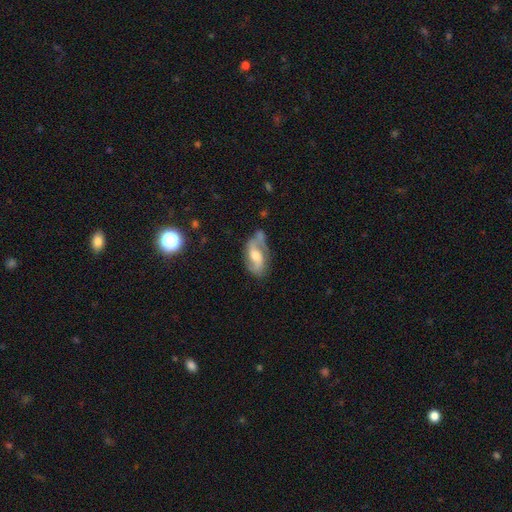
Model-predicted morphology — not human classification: Smooth or featured? featured or disk (76%)
Edge-on disk? no (95%)
Bar? weak (46%)
Spiral arms? yes (91%)
Spiral winding? medium (44%)
Spiral arm count? 2 (85%)
Bulge size? moderate (59%)
Merging? none (55%)